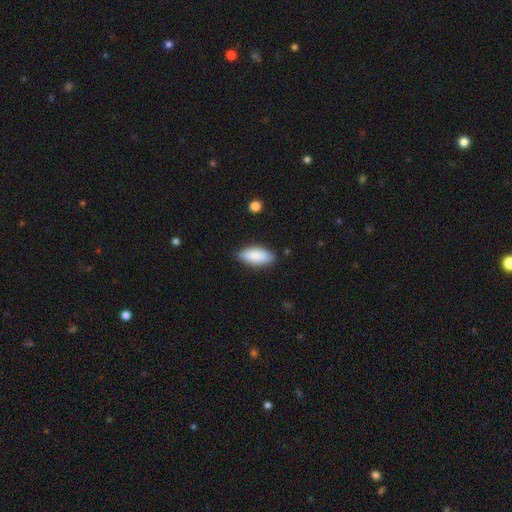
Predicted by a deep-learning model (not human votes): This is clearly a smooth galaxy (87%). How rounded: clearly in between (85%). Merging: clearly none (82%).